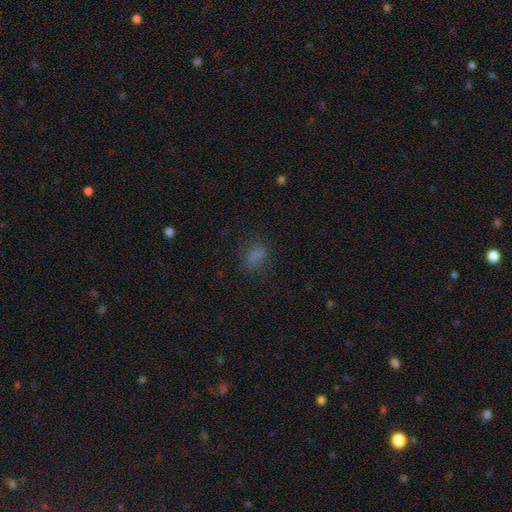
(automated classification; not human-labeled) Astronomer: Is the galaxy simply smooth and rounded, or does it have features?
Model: smooth — 76%.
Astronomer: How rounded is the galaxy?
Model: in between — 76%.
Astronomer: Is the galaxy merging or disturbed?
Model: none — 75%.